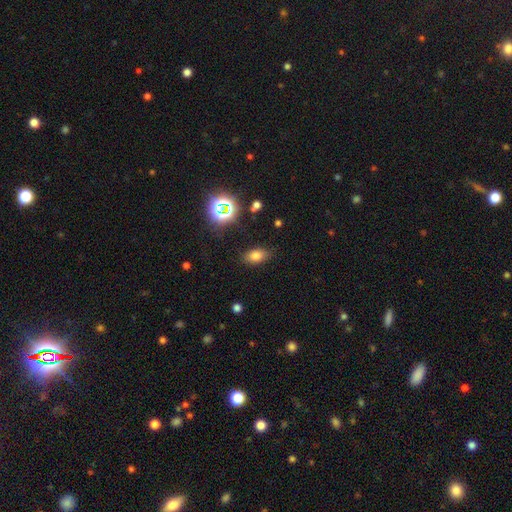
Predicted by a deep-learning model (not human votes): smooth_or_featured: smooth (p=0.74) [alt: star or artifact p=0.17]
how_rounded: in between (p=0.86) [alt: round p=0.11]
merging: none (p=0.84) [alt: minor disturbance p=0.11]